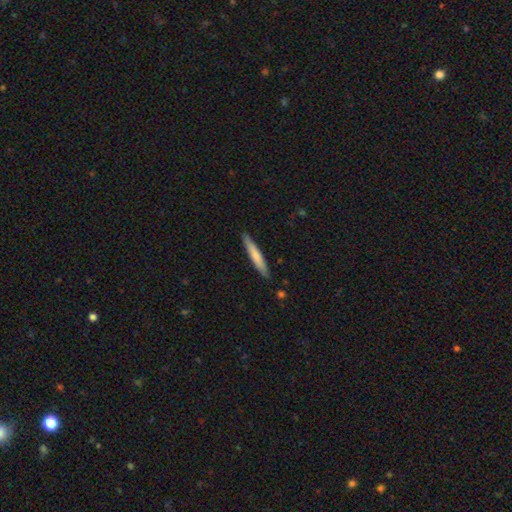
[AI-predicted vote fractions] This appears to be a smooth galaxy with no disk features (69%) that is cigar-shaped (94%). Merging: none (88%).